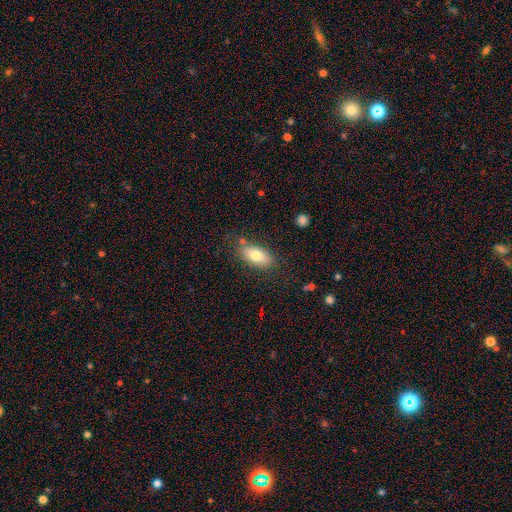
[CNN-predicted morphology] Smooth or featured?
  - smooth: 76% *
  - featured or disk: 16%
  - star or artifact: 7%
How rounded?
  - in between: 89% *
  - cigar-shaped: 7%
  - round: 4%
Merging?
  - none: 79% *
  - minor disturbance: 14%
  - major disturbance: 4%
  - merger: 3%